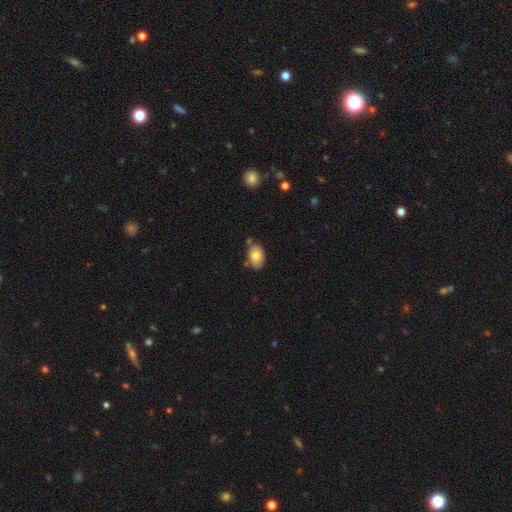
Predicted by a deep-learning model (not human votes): This is likely a smooth galaxy (77%). How rounded: clearly in between (89%). Merging: likely none (70%).